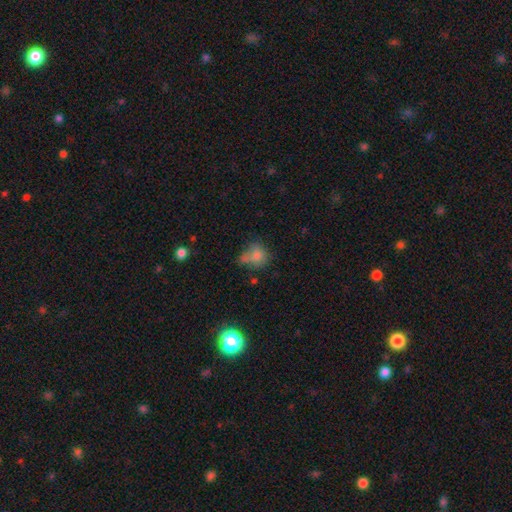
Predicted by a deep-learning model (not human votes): Smooth or featured: smooth — 75% (featured or disk — 13%)
How rounded: round — 61% (in between — 38%)
Merging: none — 41% (minor disturbance — 25%)